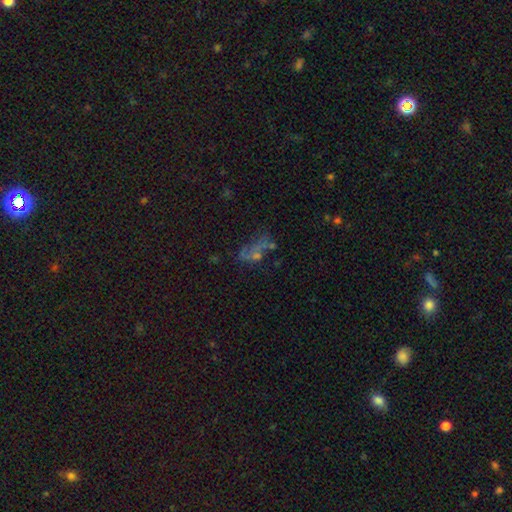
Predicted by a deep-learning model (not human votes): Smooth or featured? Predicted: featured or disk (p=0.40). Merging? Predicted: none (p=0.34).